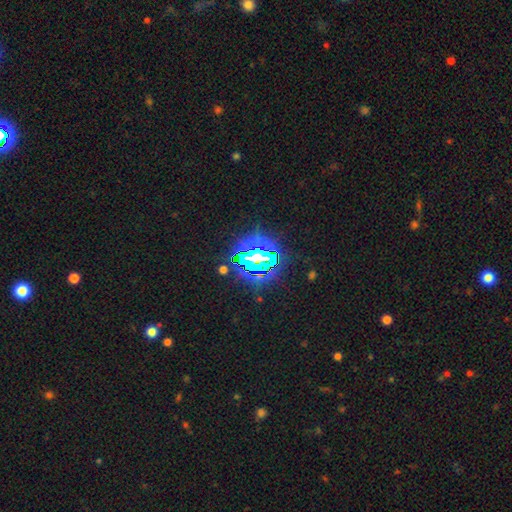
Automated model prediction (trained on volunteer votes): Morphology: type=star or artifact (76%).